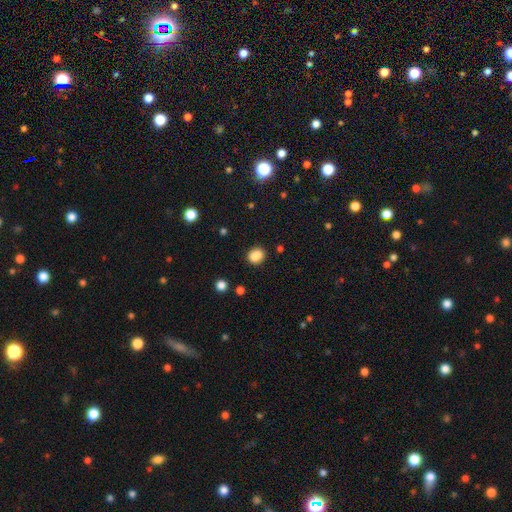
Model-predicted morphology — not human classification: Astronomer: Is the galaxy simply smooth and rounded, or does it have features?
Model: smooth — 85%.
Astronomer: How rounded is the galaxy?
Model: round — 57% (runner-up: in between, 42%).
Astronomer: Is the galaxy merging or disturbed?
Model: none — 81%.